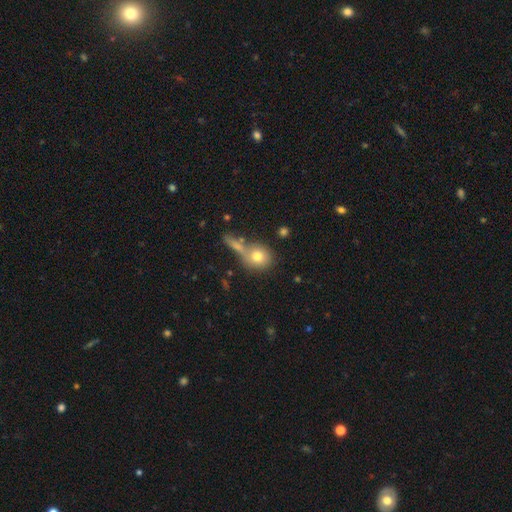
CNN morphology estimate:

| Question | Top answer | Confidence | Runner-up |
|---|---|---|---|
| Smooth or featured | smooth | 74% | featured or disk (15%) |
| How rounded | round | 80% | in between (17%) |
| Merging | none | 54% | merger (27%) |